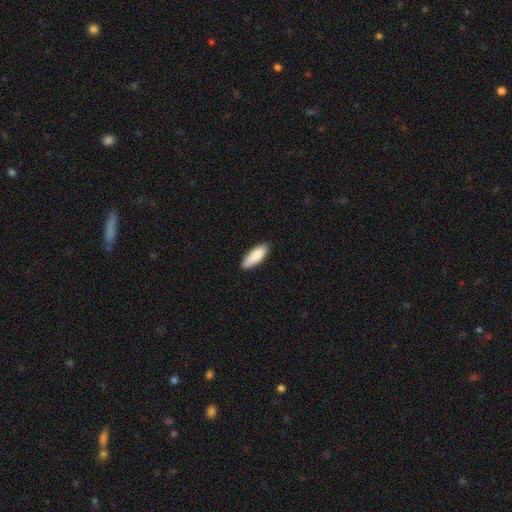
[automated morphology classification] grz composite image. It shows a smooth galaxy with no disk features (89%) that is in between round and cigar-shaped (68%). Merging: none (87%).